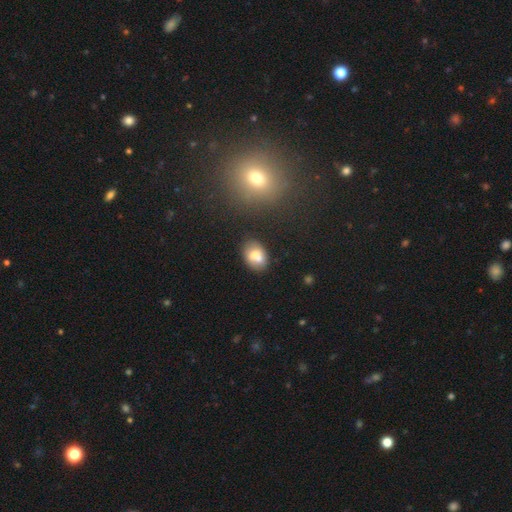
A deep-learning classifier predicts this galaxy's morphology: smooth 72%, featured or disk 18%, star or artifact 9%. Down the decision tree: how rounded — in between (72%); merging — none (56%).